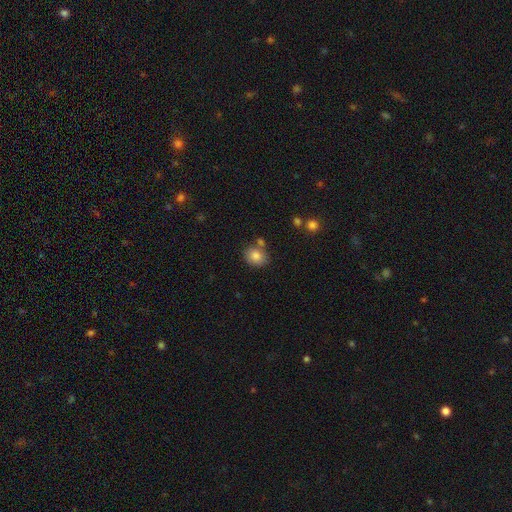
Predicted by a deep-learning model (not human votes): smooth 82%, star or artifact 9%, featured or disk 8%. Down the decision tree: how rounded — round (56%); merging — none (70%).